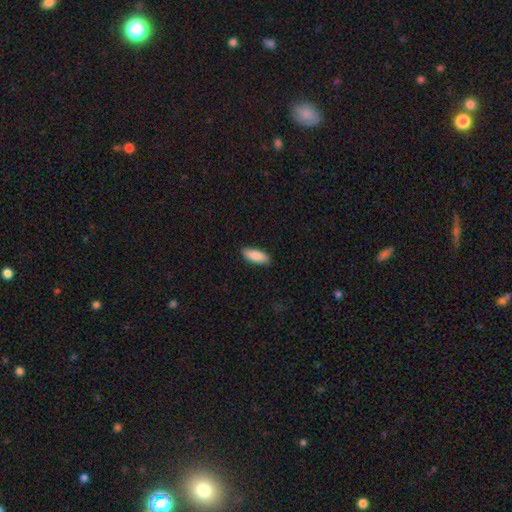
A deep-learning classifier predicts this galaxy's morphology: A smooth galaxy with no disk features (88%) that is in between round and cigar-shaped (74%).

Vote fractions:
- Smooth or featured? smooth: 88% / featured or disk: 6% / star or artifact: 5%
- How rounded? in between: 74% / cigar-shaped: 24% / round: 2%
- Merging? none: 89% / minor disturbance: 8% / major disturbance: 2% / merger: 1%